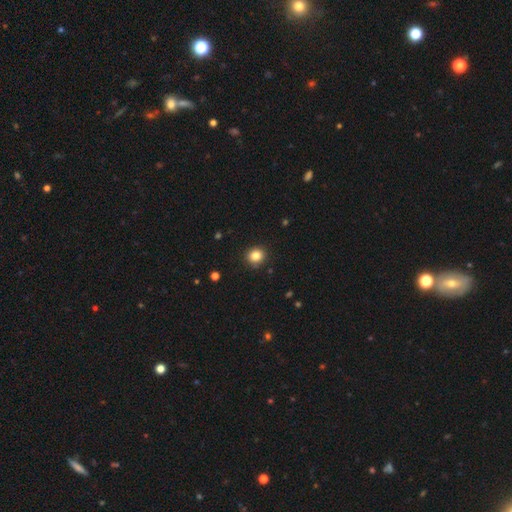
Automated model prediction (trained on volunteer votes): smooth 83%, star or artifact 12%, featured or disk 5%. Down the decision tree: how rounded — round (87%); merging — none (91%).